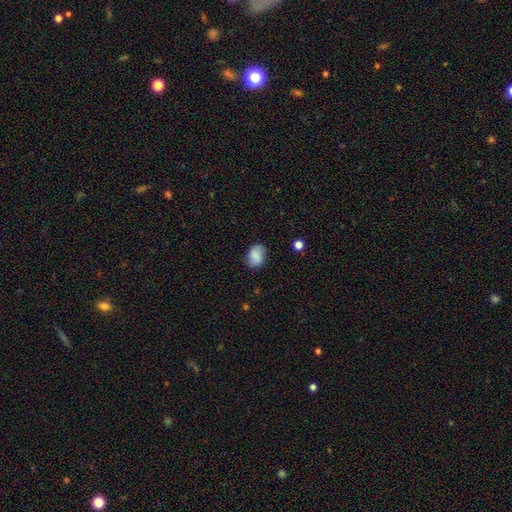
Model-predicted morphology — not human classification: A smooth galaxy with no disk features (80%) that is in between round and cigar-shaped (68%). Merging: none (78%).